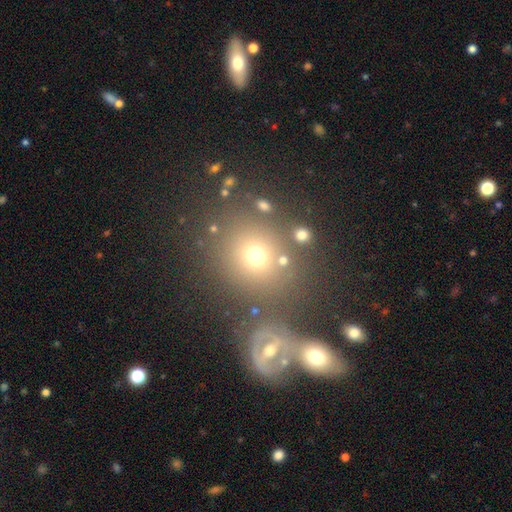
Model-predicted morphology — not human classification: Smooth or featured: smooth — 66% (star or artifact — 17%)
How rounded: round — 81% (in between — 18%)
Merging: none — 64% (merger — 19%)